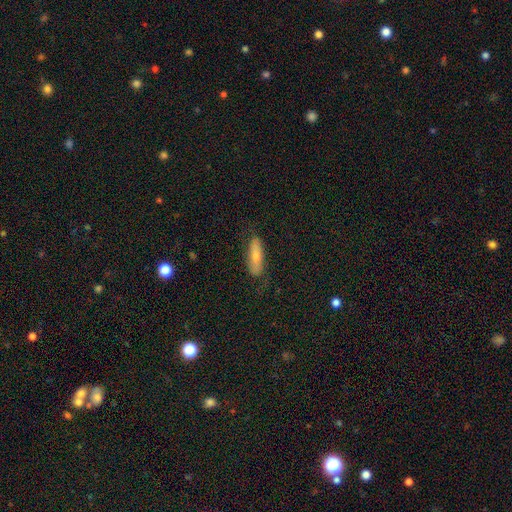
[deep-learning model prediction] Smooth or featured? Predicted: smooth (p=0.67). How rounded? Predicted: cigar-shaped (p=0.50). Merging? Predicted: none (p=0.76).